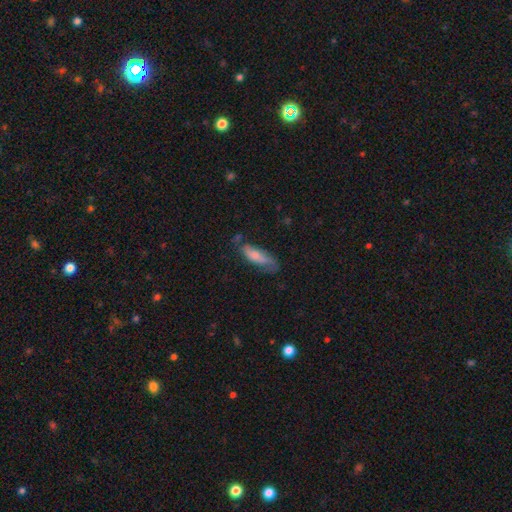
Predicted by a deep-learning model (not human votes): Smooth or featured: smooth — 67% (featured or disk — 26%)
How rounded: in between — 56% (cigar-shaped — 42%)
Merging: none — 49% (minor disturbance — 32%)